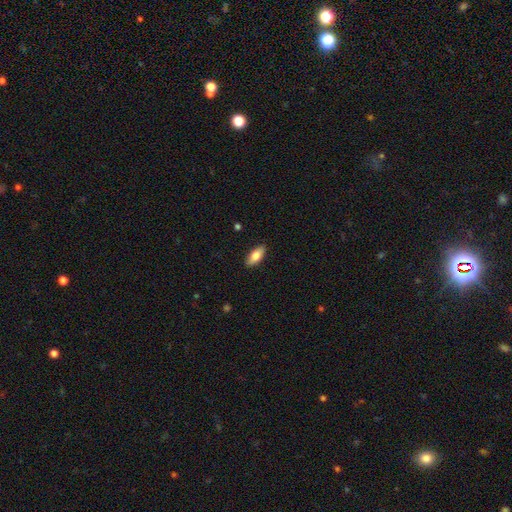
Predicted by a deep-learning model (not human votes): Morphology: type=smooth (80%); roundness=in between (83%); merging=none (89%).